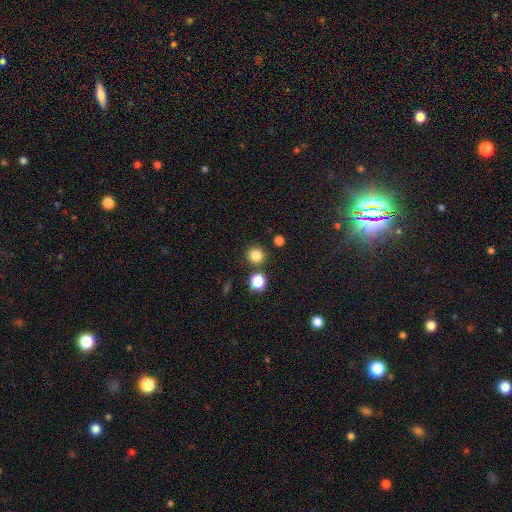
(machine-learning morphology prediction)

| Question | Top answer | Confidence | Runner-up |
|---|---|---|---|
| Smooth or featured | smooth | 82% | star or artifact (14%) |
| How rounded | round | 94% | in between (5%) |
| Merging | none | 85% | merger (7%) |